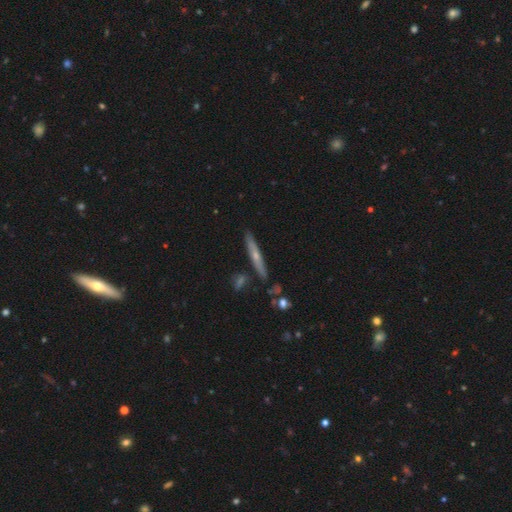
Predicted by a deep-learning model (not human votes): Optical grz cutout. It shows a featured or disk galaxy (56%) viewed edge-on (91%) with a rounded central bulge (70%). Merging: none (84%).